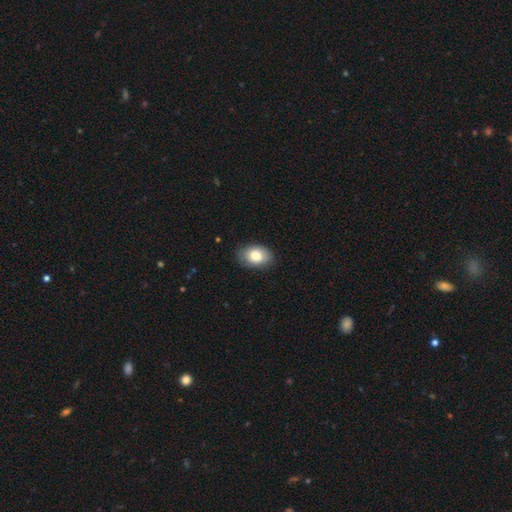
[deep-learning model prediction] Smooth or featured?
  - smooth: 81% *
  - featured or disk: 12%
  - star or artifact: 7%
How rounded?
  - in between: 82% *
  - round: 17%
  - cigar-shaped: 1%
Merging?
  - none: 82% *
  - minor disturbance: 14%
  - major disturbance: 3%
  - merger: 1%